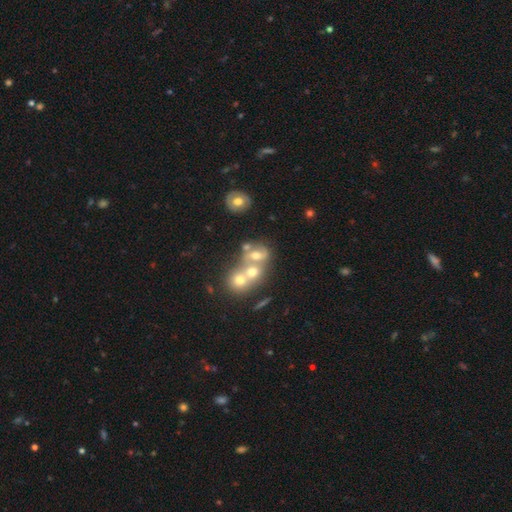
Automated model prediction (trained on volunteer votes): This appears to be a smooth galaxy with no disk features (47%). Merging: merger (60%).